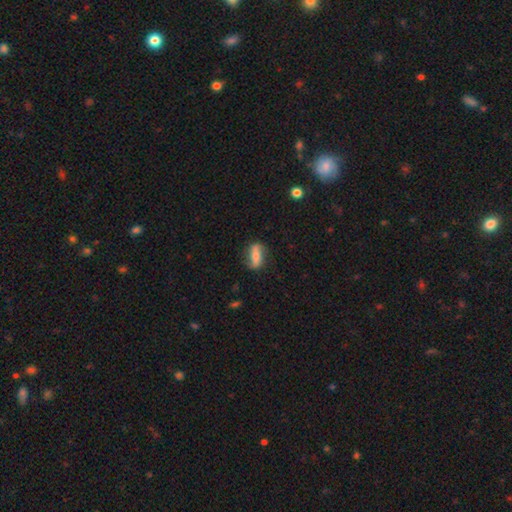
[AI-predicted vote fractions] This appears to be a smooth galaxy with no disk features (53%) that is in between round and cigar-shaped (65%). Merging: none (76%).